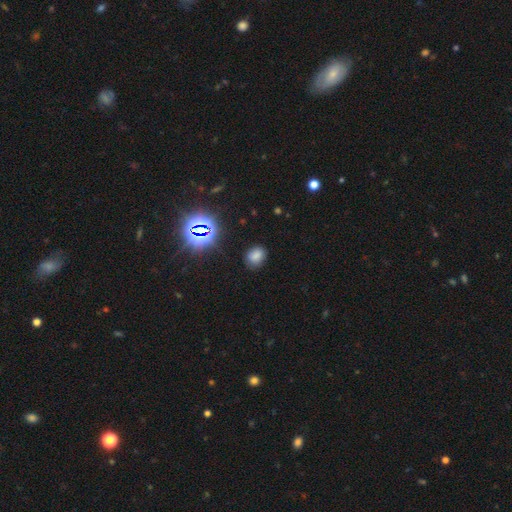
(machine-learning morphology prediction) Smooth or featured?
  - smooth: 71% *
  - star or artifact: 22%
  - featured or disk: 7%
How rounded?
  - in between: 58% *
  - round: 40%
  - cigar-shaped: 1%
Merging?
  - none: 78% *
  - minor disturbance: 16%
  - major disturbance: 4%
  - merger: 2%